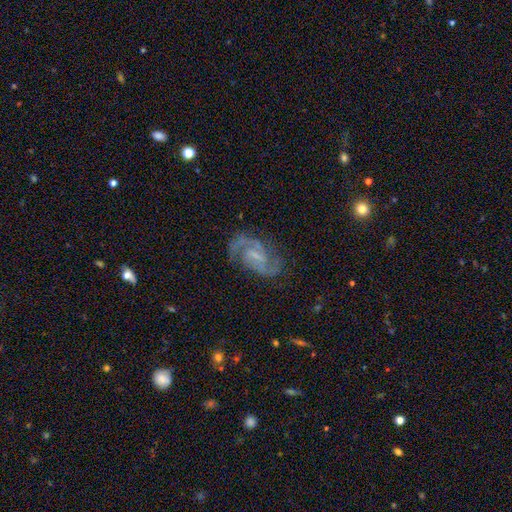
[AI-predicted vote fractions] This is clearly a featured or disk galaxy (90%). It is clearly not viewed edge-on (98%). Bar: possibly weak (54%). Spiral arm pattern: clearly yes (98%). Spiral arm count: clearly 2 (89%). Spiral winding: possibly medium (59%). Central bulge: possibly small (57%). Merging: likely none (78%).